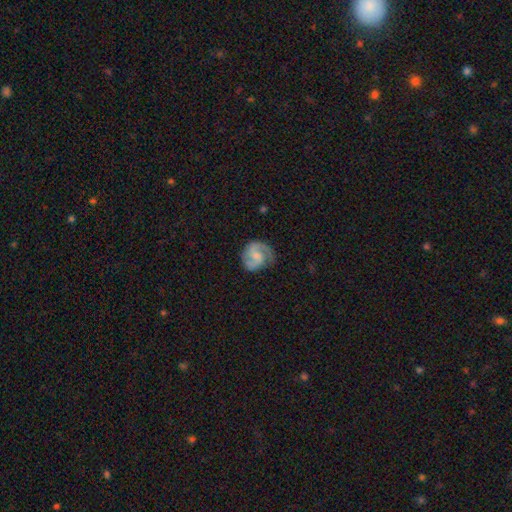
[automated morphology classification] A featured or disk galaxy (81%) with no bar (49%), 2 (87%) medium (53%) spiral arms (97%) and a small central bulge (51%).

Vote fractions:
- Smooth or featured? featured or disk: 81% / smooth: 13% / star or artifact: 5%
- Edge-on disk? no: 98% / yes: 2%
- Bar? no: 49% / weak: 43% / strong: 8%
- Spiral arms? yes: 97% / no: 3%
- Spiral winding? medium: 53% / tight: 32% / loose: 15%
- Spiral arm count? 2: 87% / 1: 5% / can't tell: 4% / 3: 2% / 4: 1% / more than 4: 1%
- Bulge size? small: 51% / moderate: 30% / none: 16% / large: 2% / dominant: 1%
- Merging? none: 75% / minor disturbance: 17% / major disturbance: 6% / merger: 1%